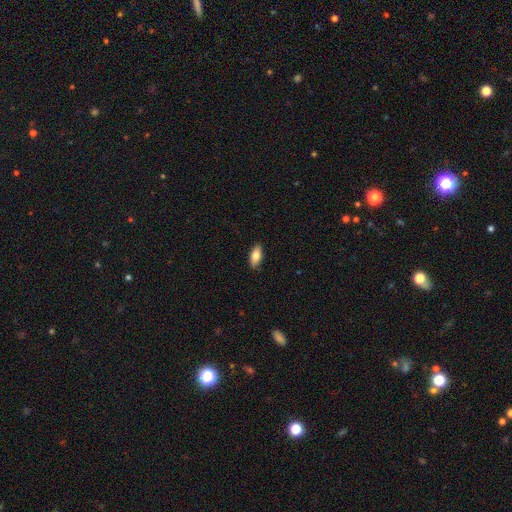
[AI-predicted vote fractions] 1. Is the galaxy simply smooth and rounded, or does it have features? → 77% smooth, 17% featured or disk, 6% star or artifact.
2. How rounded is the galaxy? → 85% in between, 12% cigar-shaped, 3% round.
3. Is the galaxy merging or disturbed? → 89% none, 8% minor disturbance, 2% major disturbance, 1% merger.